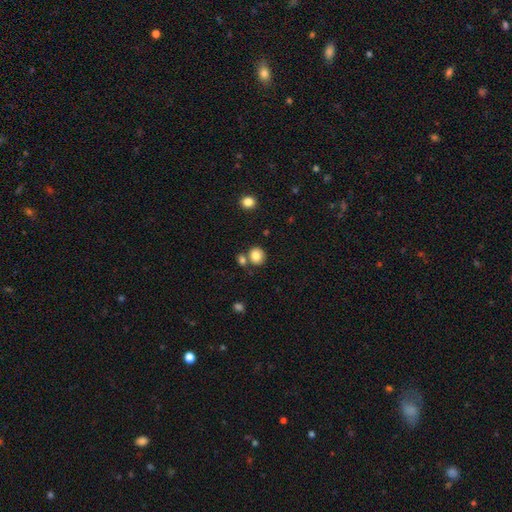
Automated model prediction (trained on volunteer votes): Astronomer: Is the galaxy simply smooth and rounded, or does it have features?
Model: smooth — 82%.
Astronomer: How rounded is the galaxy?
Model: round — 81%.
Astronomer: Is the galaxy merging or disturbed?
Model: none — 68%.